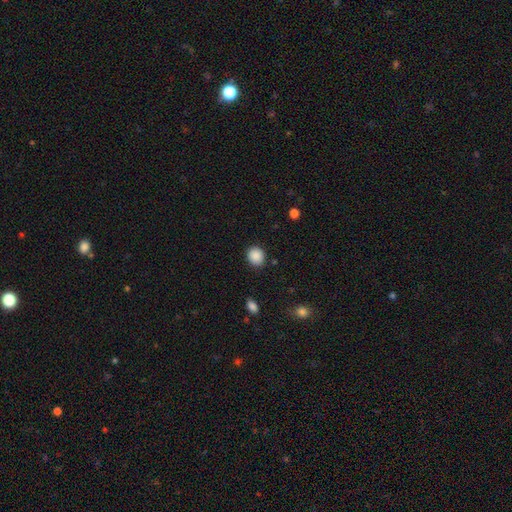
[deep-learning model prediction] This is clearly a smooth galaxy (89%). How rounded: likely round (79%). Merging: clearly none (87%).